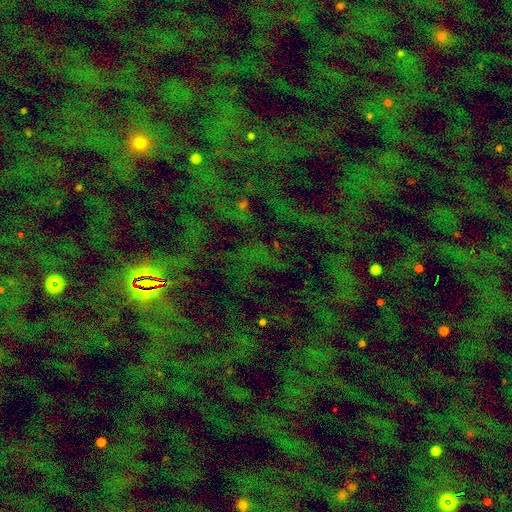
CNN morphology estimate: Overall: star or artifact (76%).